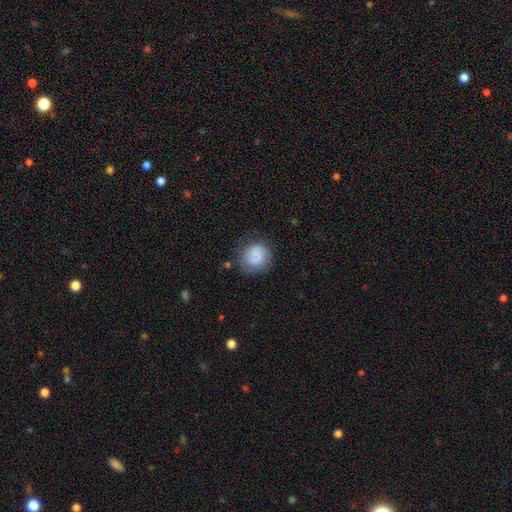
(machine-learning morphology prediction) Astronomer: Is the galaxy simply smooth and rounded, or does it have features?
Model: smooth — 73%.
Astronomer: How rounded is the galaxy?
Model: round — 87%.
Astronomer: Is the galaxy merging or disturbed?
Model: none — 72%.